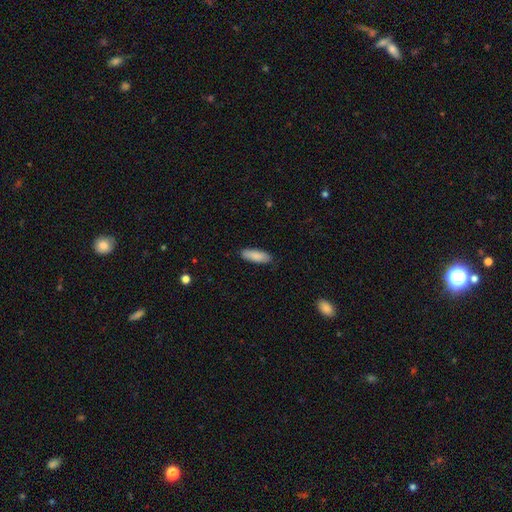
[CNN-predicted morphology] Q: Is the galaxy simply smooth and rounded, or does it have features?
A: smooth — 88%.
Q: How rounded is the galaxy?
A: in between — 60%.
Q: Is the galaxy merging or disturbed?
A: none — 86%.